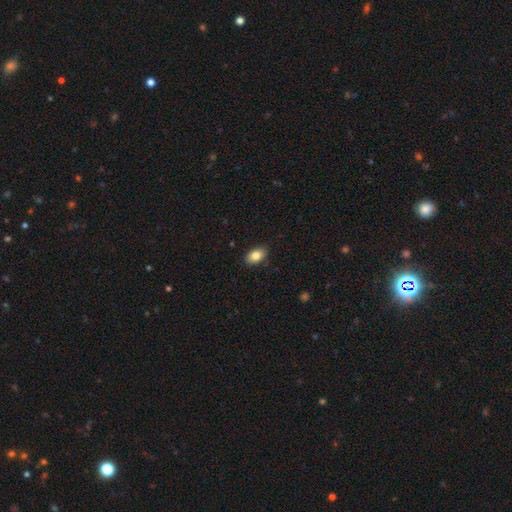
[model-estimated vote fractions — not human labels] Smooth or featured: smooth — 83% (featured or disk — 9%)
How rounded: in between — 90% (round — 8%)
Merging: none — 87% (minor disturbance — 10%)